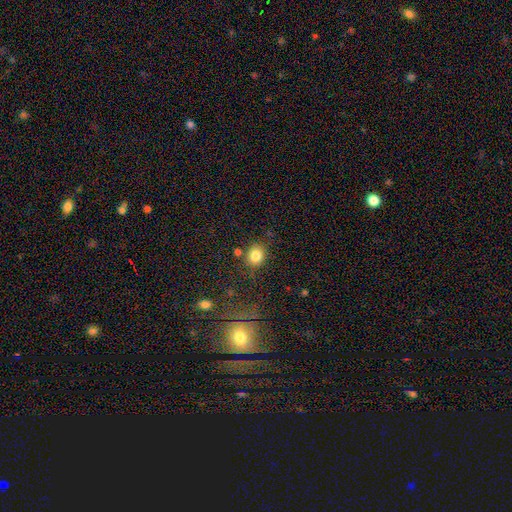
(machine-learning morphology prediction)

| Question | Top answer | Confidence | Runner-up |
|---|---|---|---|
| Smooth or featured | smooth | 82% | star or artifact (12%) |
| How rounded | round | 74% | in between (25%) |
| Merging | none | 79% | minor disturbance (12%) |